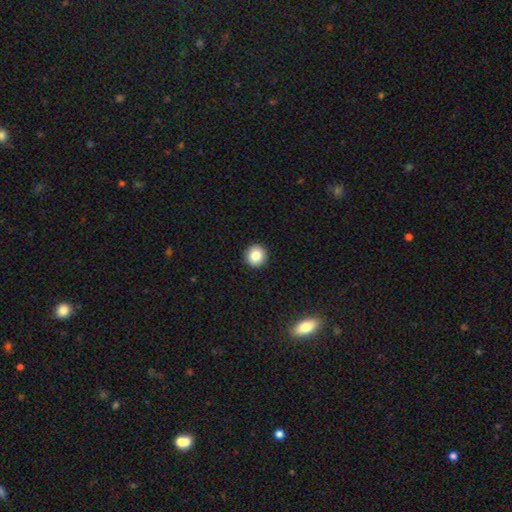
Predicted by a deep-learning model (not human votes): The model was most divided on "smooth or featured": smooth: 85%, star or artifact: 9%, featured or disk: 6%. More confident: how rounded — round (95%); merging — none (93%).